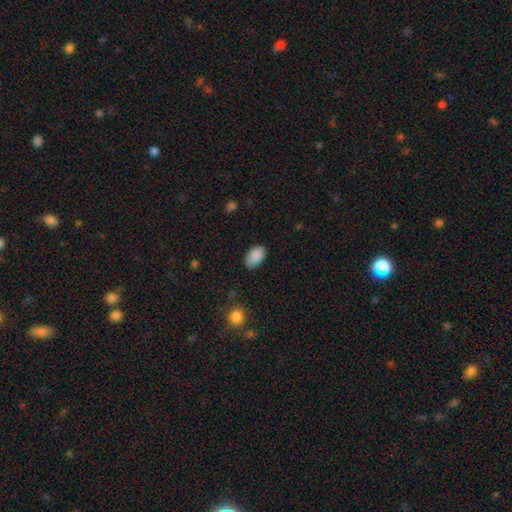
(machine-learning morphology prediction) Smooth or featured?
  - smooth: 89% *
  - star or artifact: 8%
  - featured or disk: 4%
How rounded?
  - in between: 92% *
  - round: 7%
  - cigar-shaped: 1%
Merging?
  - none: 76% *
  - minor disturbance: 19%
  - major disturbance: 4%
  - merger: 1%